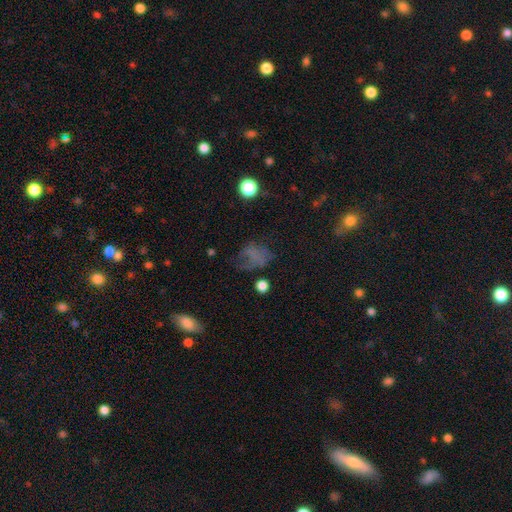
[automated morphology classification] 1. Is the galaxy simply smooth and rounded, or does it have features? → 55% smooth, 24% featured or disk, 21% star or artifact.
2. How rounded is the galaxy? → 61% in between, 37% round, 2% cigar-shaped.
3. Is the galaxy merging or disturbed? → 40% none, 33% major disturbance, 23% minor disturbance, 4% merger.